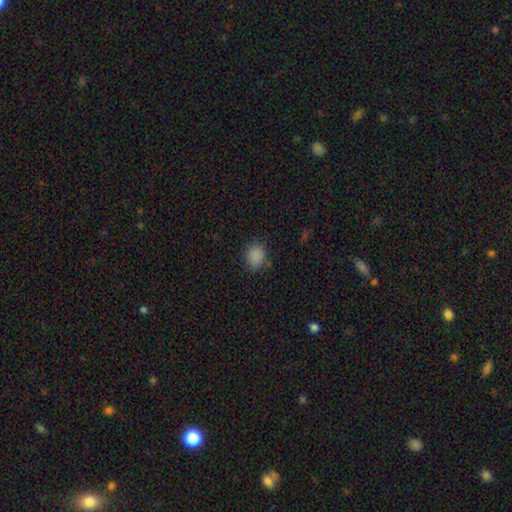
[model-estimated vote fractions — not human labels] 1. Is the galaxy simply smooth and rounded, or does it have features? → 86% smooth, 11% star or artifact, 3% featured or disk.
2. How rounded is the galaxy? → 74% round, 25% in between, 1% cigar-shaped.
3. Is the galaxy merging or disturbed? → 83% none, 12% minor disturbance, 4% major disturbance, 2% merger.